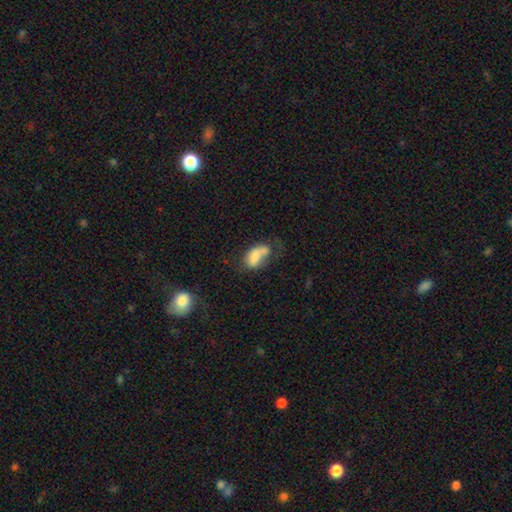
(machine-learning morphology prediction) type=smooth (71%); roundness=in between (90%); merging=merger (28%).